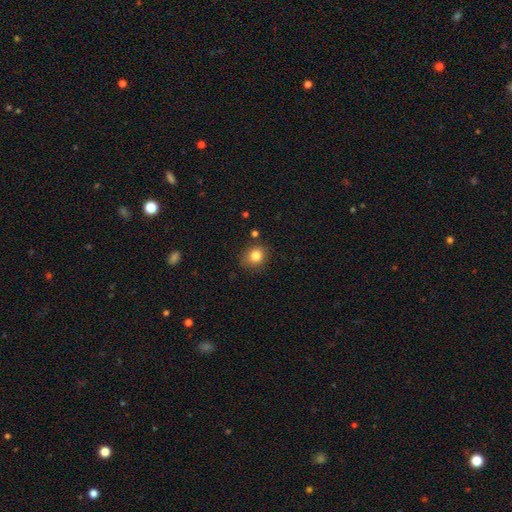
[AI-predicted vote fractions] A smooth galaxy with no disk features (83%) that is round (74%).

Vote fractions:
- Smooth or featured? smooth: 83% / star or artifact: 11% / featured or disk: 6%
- How rounded? round: 74% / in between: 25% / cigar-shaped: 1%
- Merging? none: 80% / minor disturbance: 13% / major disturbance: 3% / merger: 3%